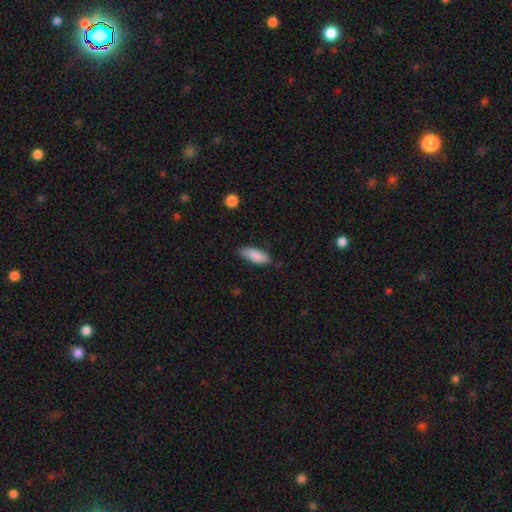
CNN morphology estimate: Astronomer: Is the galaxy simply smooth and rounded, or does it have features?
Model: smooth — 87%.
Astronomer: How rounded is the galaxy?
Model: in between — 70%.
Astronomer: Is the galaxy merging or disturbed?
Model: none — 78%.